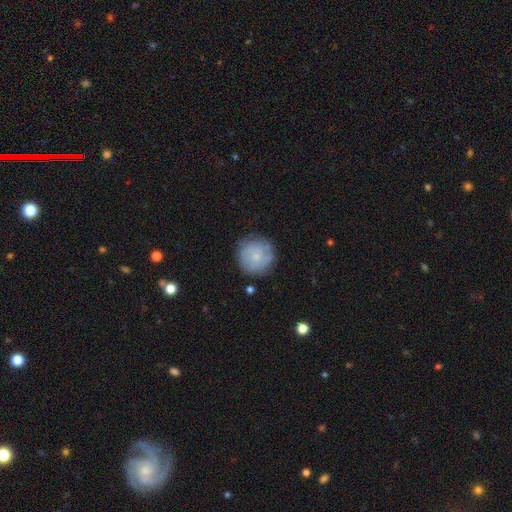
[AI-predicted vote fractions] smooth-or-featured: smooth: 58% | featured or disk: 35% | star or artifact: 7%
  how-rounded: round: 93% | in between: 6% | cigar-shaped: 1%
  merging: none: 77% | minor disturbance: 16% | major disturbance: 5% | merger: 2%